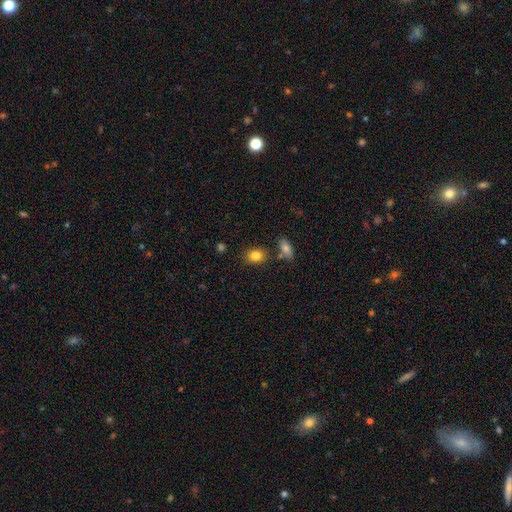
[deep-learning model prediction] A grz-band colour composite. It shows a smooth galaxy with no disk features (85%) that is round (50%). Merging: none (77%).